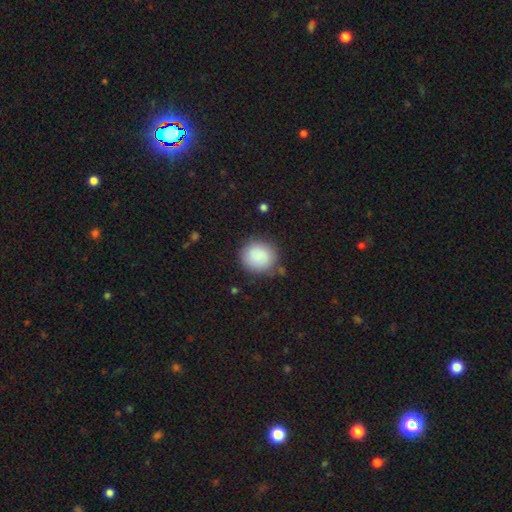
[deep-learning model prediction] Overall: smooth (86%). How rounded: round (87%). Merging: none (81%).